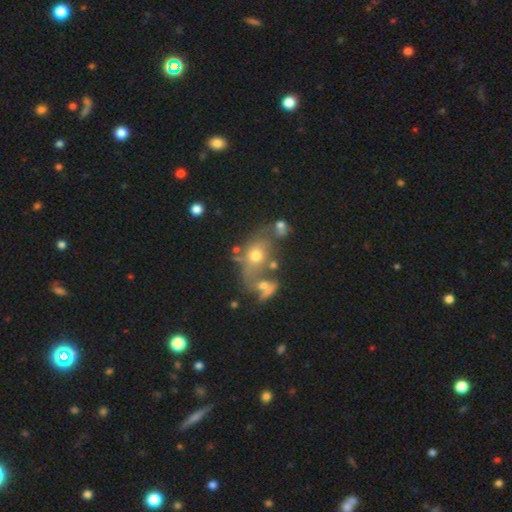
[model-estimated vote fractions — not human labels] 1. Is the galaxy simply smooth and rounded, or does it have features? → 53% smooth, 32% featured or disk, 15% star or artifact.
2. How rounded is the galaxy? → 65% in between, 33% round, 2% cigar-shaped.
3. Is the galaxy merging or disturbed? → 42% merger, 29% none, 16% major disturbance, 14% minor disturbance.